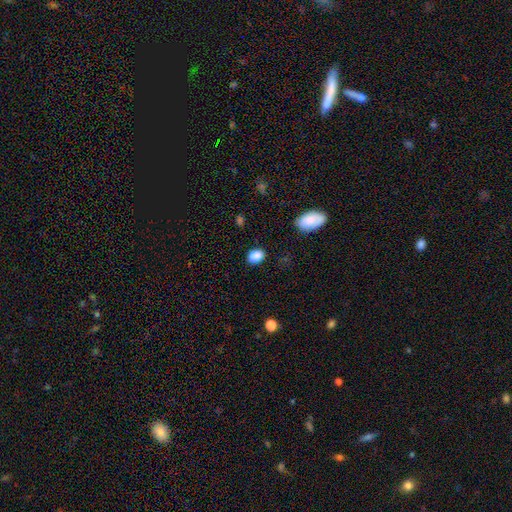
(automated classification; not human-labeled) Smooth or featured? Predicted: smooth (p=0.88). How rounded? Predicted: in between (p=0.71). Merging? Predicted: none (p=0.84).